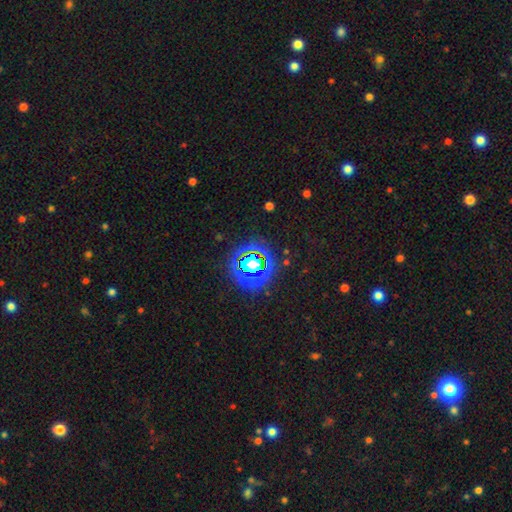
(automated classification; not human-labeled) Smooth or featured?
  - star or artifact: 83% *
  - smooth: 10%
  - featured or disk: 6%